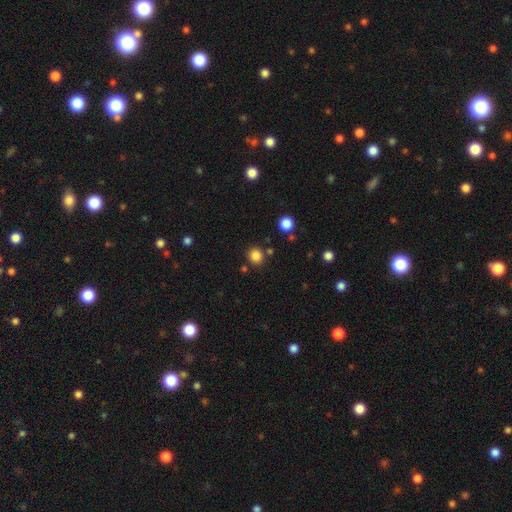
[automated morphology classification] This appears to be a smooth galaxy with no disk features (84%) that is round (88%). Merging: none (84%).